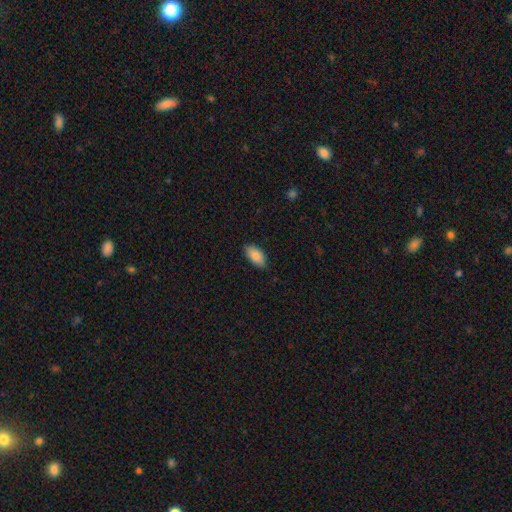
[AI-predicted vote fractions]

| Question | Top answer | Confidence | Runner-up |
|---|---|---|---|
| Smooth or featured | smooth | 87% | featured or disk (7%) |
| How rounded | in between | 94% | cigar-shaped (4%) |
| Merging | none | 83% | minor disturbance (14%) |